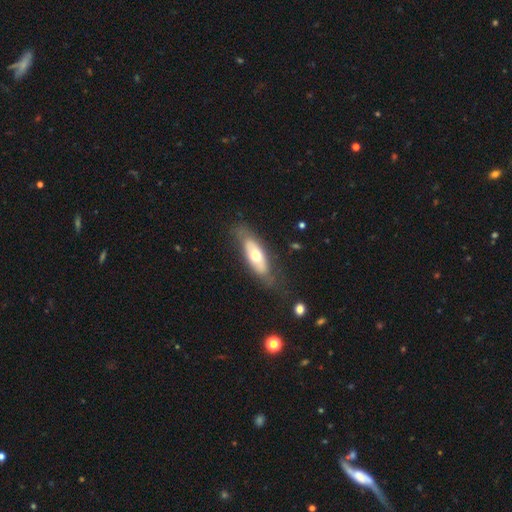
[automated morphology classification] A smooth galaxy with no disk features (48%). Merging: none (70%).